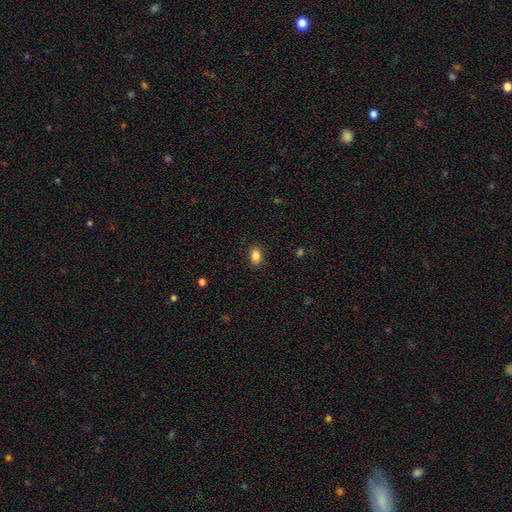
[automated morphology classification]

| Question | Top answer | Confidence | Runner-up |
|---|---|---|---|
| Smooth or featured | smooth | 86% | star or artifact (9%) |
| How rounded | in between | 78% | round (21%) |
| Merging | none | 88% | minor disturbance (9%) |